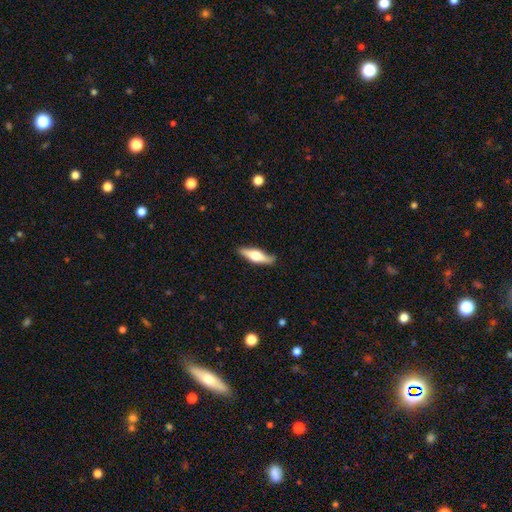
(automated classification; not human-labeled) smooth-or-featured: featured or disk: 51% | smooth: 44% | star or artifact: 5%
  disk-edge-on: yes: 92% | no: 8%
  merging: none: 83% | minor disturbance: 13% | major disturbance: 3% | merger: 1%